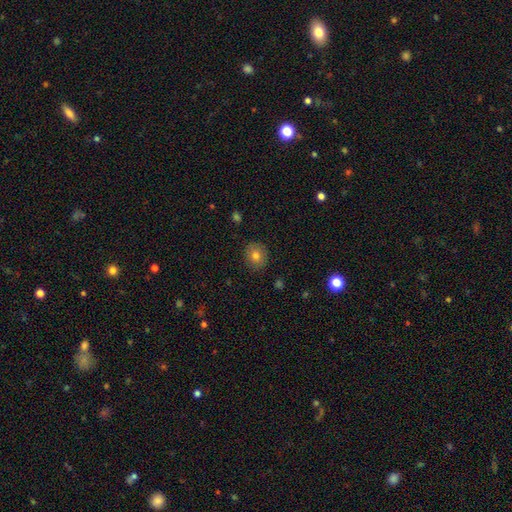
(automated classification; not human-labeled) Smooth or featured? Predicted: smooth (p=0.78). How rounded? Predicted: round (p=0.75). Merging? Predicted: none (p=0.86).